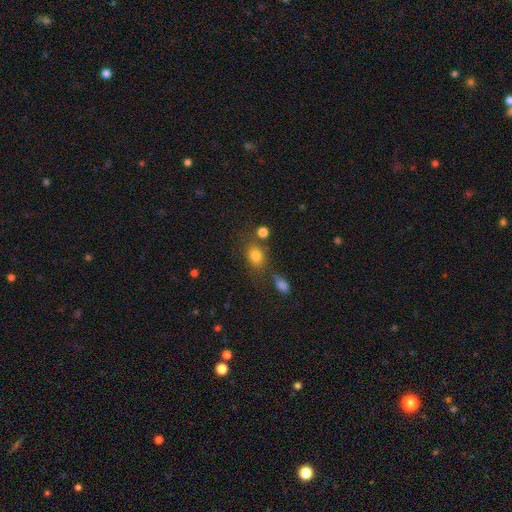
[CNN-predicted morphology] type=smooth (78%); roundness=round (53%); merging=none (64%).